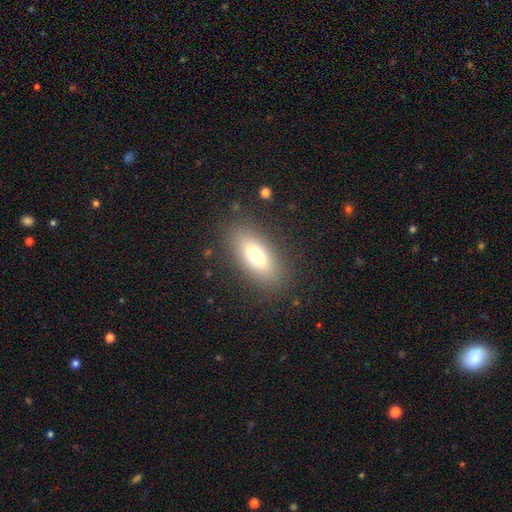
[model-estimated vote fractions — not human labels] Smooth or featured: smooth — 73% (featured or disk — 17%)
How rounded: in between — 80% (cigar-shaped — 16%)
Merging: none — 85% (minor disturbance — 10%)